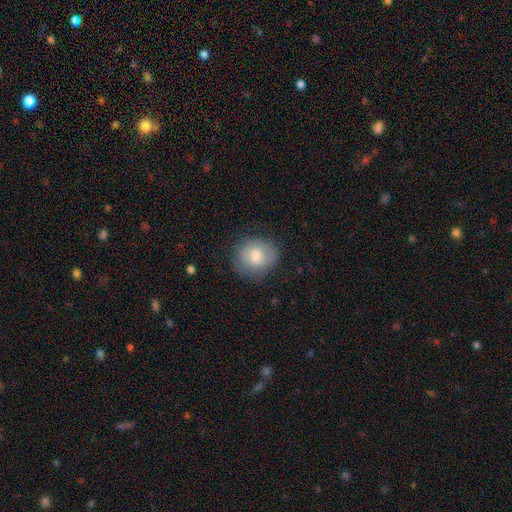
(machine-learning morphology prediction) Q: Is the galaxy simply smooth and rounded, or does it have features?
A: smooth — 74%.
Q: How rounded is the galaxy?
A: round — 74%.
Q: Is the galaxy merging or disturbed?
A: none — 73%.